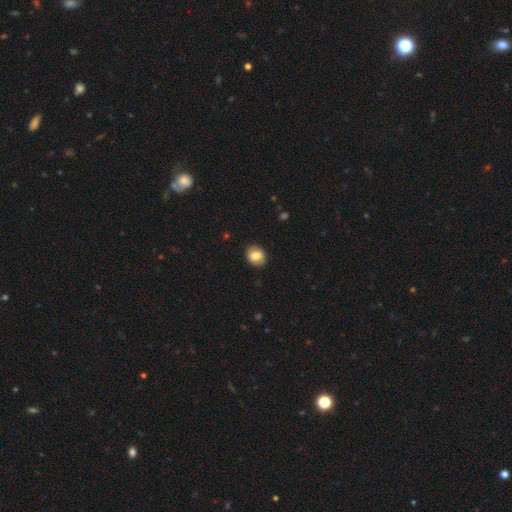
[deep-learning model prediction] This appears to be a smooth galaxy with no disk features (79%) that is round (59%). Merging: none (88%).